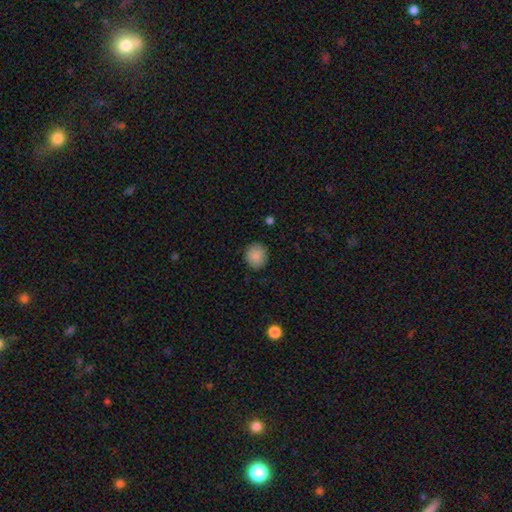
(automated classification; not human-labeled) Smooth or featured?
  - smooth: 88% *
  - star or artifact: 8%
  - featured or disk: 4%
How rounded?
  - round: 83% *
  - in between: 16%
  - cigar-shaped: 1%
Merging?
  - none: 88% *
  - minor disturbance: 9%
  - major disturbance: 2%
  - merger: 1%